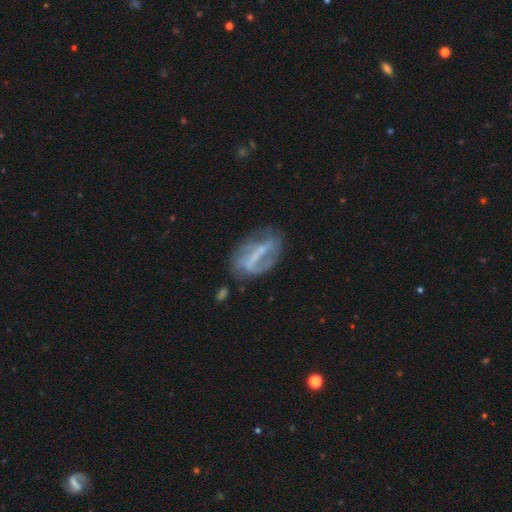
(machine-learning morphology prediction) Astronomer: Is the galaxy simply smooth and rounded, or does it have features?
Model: featured or disk — 71%.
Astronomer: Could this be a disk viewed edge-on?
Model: no — 92%.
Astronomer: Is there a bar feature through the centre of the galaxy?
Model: strong — 60%.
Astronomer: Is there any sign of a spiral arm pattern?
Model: yes — 63%.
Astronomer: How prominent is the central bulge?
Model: none — 47% (runner-up: small, 34%).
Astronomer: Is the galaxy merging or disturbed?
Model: none — 54%.